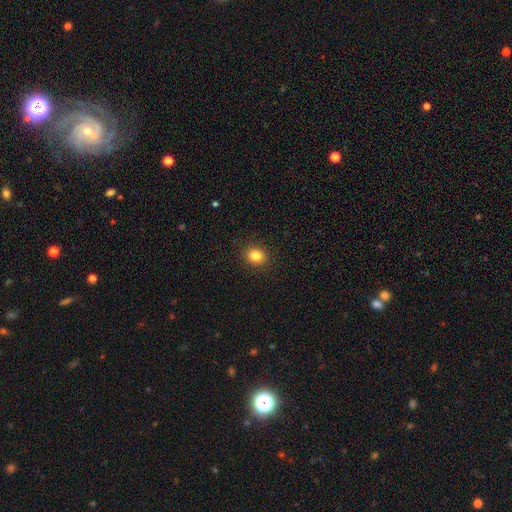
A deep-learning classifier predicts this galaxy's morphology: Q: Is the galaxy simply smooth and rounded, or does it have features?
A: smooth — 84%.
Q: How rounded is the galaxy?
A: round — 67%.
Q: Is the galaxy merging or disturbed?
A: none — 91%.